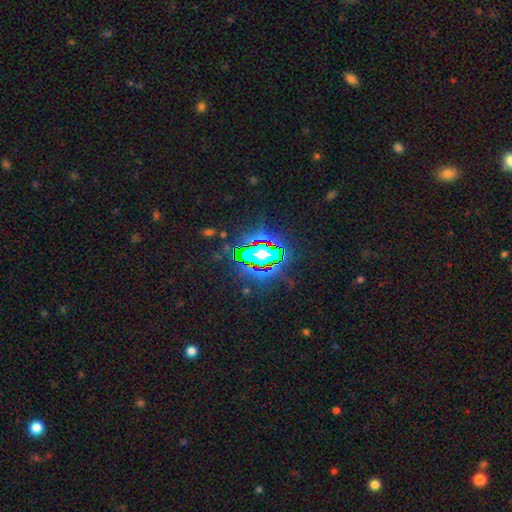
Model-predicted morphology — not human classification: A star or artifact, not a galaxy (79%).